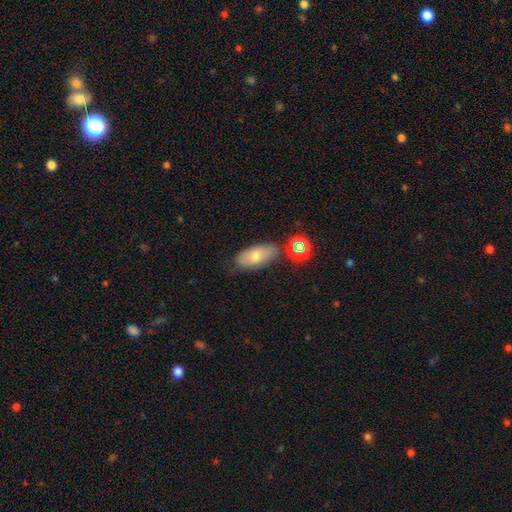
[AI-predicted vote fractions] The model was most divided on "smooth or featured": smooth: 68%, featured or disk: 21%, star or artifact: 12%. More confident: how rounded — in between (85%); merging — none (73%).